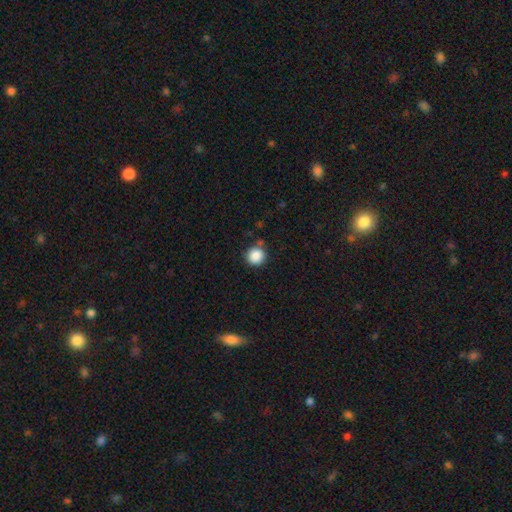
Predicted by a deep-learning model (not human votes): Smooth or featured? smooth (87%)
How rounded? round (95%)
Merging? none (84%)